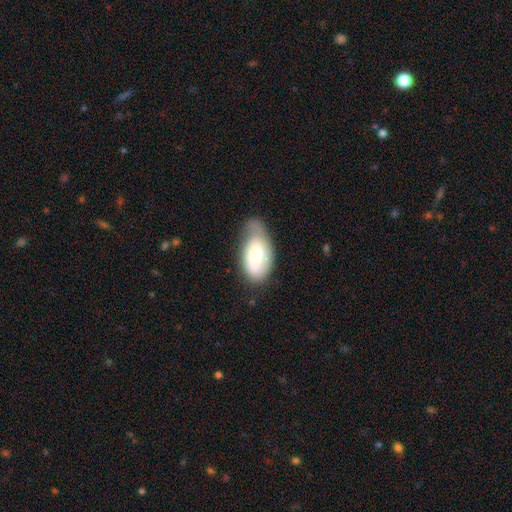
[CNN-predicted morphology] Overall: smooth (67%). How rounded: in between (94%). Merging: minor disturbance (40%, tied with none).